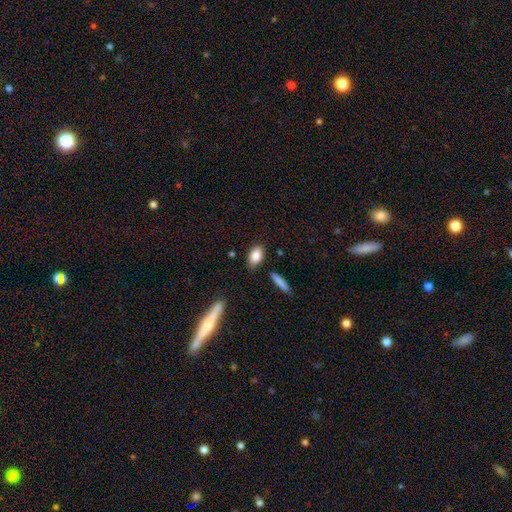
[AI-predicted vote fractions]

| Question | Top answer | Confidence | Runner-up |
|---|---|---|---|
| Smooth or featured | smooth | 86% | featured or disk (7%) |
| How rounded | in between | 86% | round (10%) |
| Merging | none | 81% | minor disturbance (13%) |